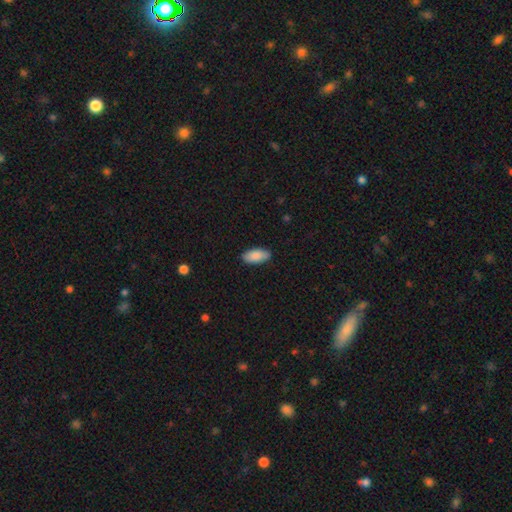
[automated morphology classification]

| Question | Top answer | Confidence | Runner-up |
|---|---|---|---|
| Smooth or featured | smooth | 88% | star or artifact (6%) |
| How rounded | in between | 91% | cigar-shaped (7%) |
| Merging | none | 86% | minor disturbance (10%) |